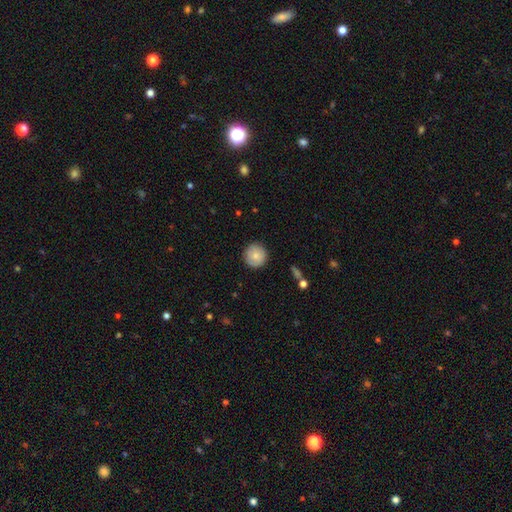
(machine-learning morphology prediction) This appears to be a smooth galaxy with no disk features (81%) that is round (95%). Merging: none (89%).